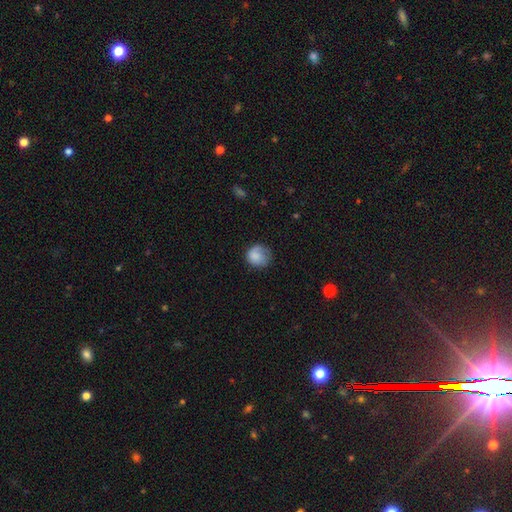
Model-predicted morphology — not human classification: smooth 77%, featured or disk 16%, star or artifact 7%. Down the decision tree: how rounded — round (82%); merging — none (59%).